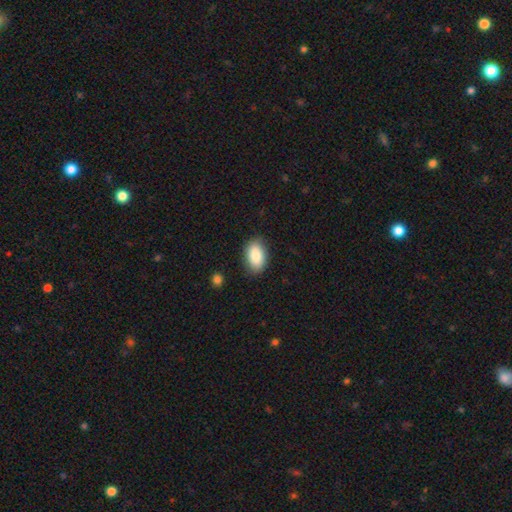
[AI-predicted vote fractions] Smooth or featured? smooth (87%)
How rounded? in between (92%)
Merging? none (85%)